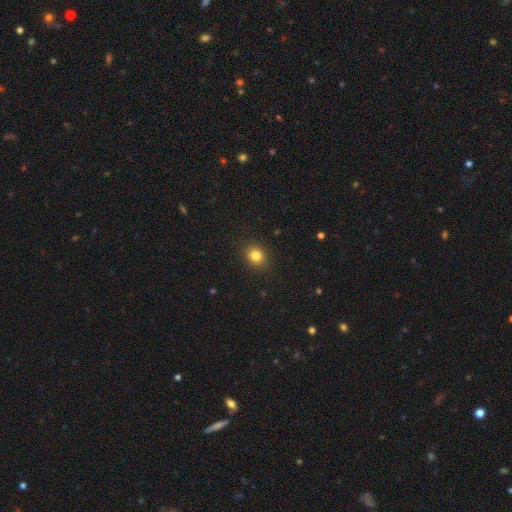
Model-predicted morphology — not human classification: smooth_or_featured: smooth (p=0.83) [alt: star or artifact p=0.12]
how_rounded: round (p=0.73) [alt: in between p=0.26]
merging: none (p=0.89) [alt: minor disturbance p=0.07]